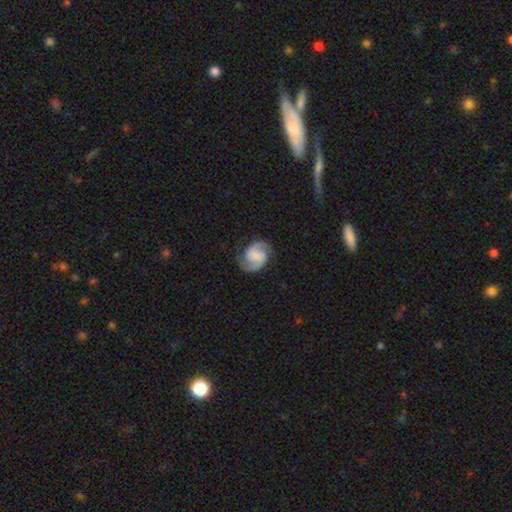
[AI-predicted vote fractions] Overall: featured or disk (85%). Edge-on disk: no (98%). Bar: no (45%; weak 41%). Spiral arms: yes (97%). Spiral arm count: 2 (93%). Spiral winding: medium (56%; tight 25%). Bulge size: none (51%; small 23%). Merging: none (82%).